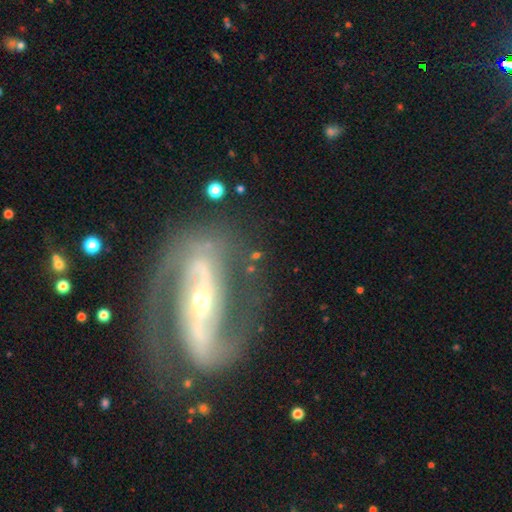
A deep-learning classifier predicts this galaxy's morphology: Smooth or featured: featured or disk — 64% (smooth — 23%)
Edge-on disk: no — 83% (yes — 17%)
Bar: strong — 38% (no — 33%)
Spiral arms: yes — 65% (no — 35%)
Bulge size: moderate — 59% (small — 30%)
Merging: none — 61% (minor disturbance — 16%)